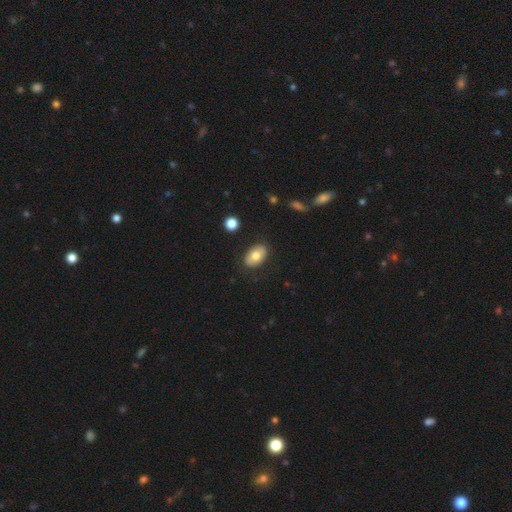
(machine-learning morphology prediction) Q: Smooth or featured?
A: smooth (73%); runner-up: featured or disk (20%)
Q: How rounded?
A: in between (89%); runner-up: round (10%)
Q: Merging?
A: none (85%); runner-up: minor disturbance (11%)